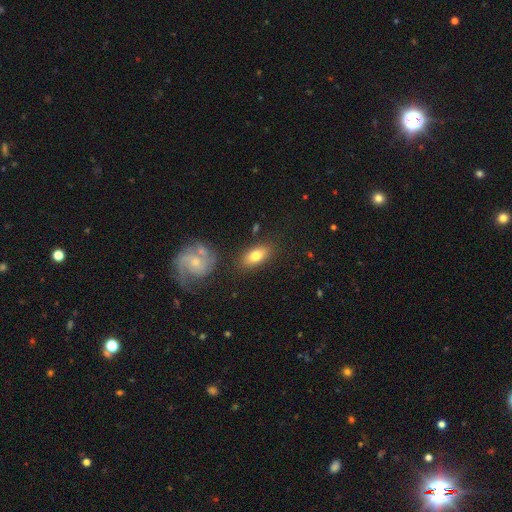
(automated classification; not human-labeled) This appears to be a smooth galaxy with no disk features (73%) that is in between round and cigar-shaped (85%). Merging: none (81%).